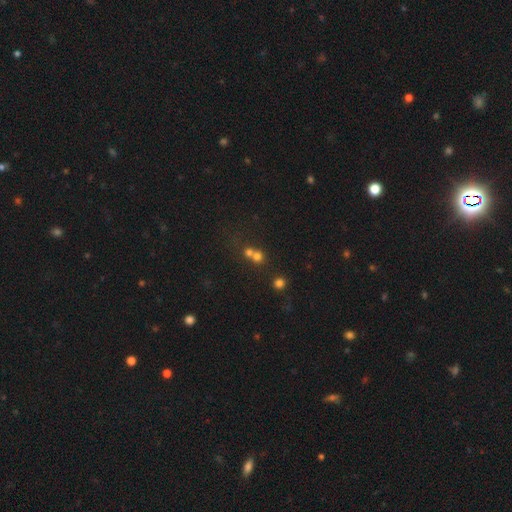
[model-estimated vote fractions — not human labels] Smooth or featured?
  - smooth: 61% *
  - star or artifact: 26%
  - featured or disk: 13%
How rounded?
  - round: 85% *
  - in between: 13%
  - cigar-shaped: 1%
Merging?
  - merger: 48% *
  - none: 43%
  - minor disturbance: 6%
  - major disturbance: 3%